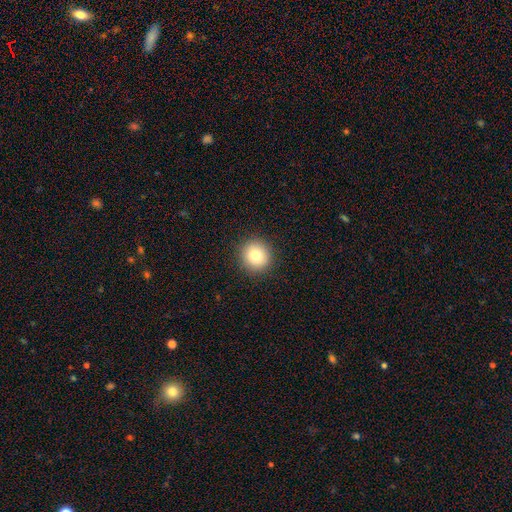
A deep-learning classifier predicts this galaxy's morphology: smooth 80%, star or artifact 11%, featured or disk 9%. Down the decision tree: how rounded — round (93%); merging — none (91%).